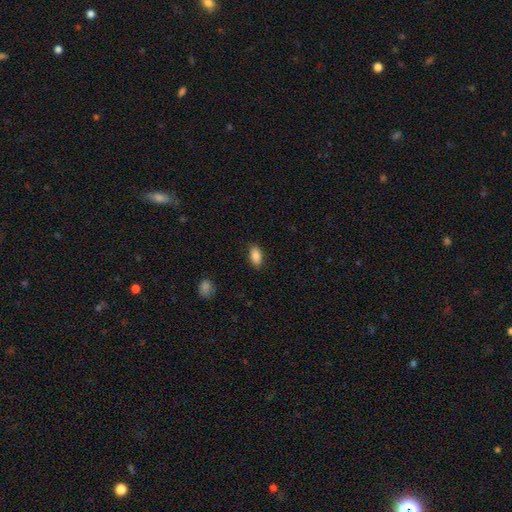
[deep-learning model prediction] Morphology: type=smooth (87%); roundness=in between (90%); merging=none (86%).